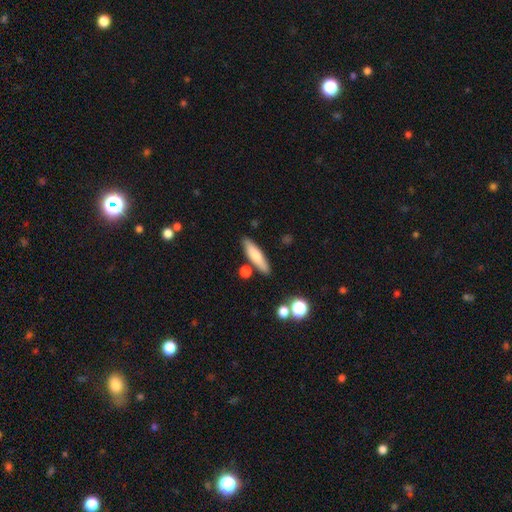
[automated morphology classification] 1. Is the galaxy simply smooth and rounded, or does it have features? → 72% smooth, 22% featured or disk, 7% star or artifact.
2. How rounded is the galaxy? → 69% cigar-shaped, 29% in between, 2% round.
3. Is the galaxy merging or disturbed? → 80% none, 11% minor disturbance, 7% merger, 3% major disturbance.